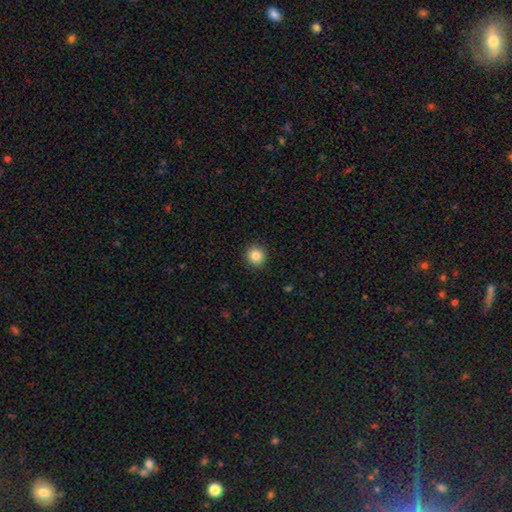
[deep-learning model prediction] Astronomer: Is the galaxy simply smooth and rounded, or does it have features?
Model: smooth — 85%.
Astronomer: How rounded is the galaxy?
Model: round — 92%.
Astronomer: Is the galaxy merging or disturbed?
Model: none — 92%.